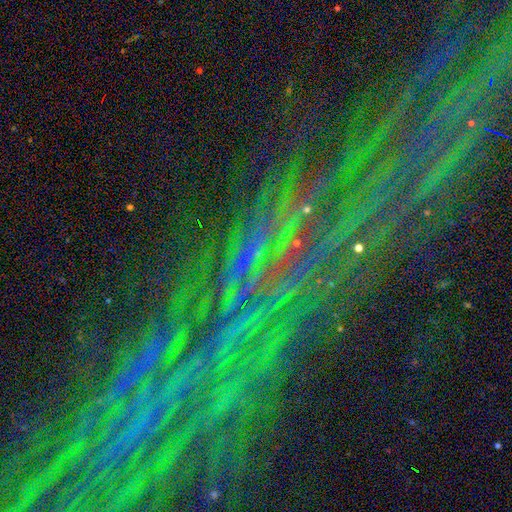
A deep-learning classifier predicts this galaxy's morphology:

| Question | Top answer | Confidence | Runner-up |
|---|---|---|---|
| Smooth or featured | star or artifact | 79% | featured or disk (12%) |